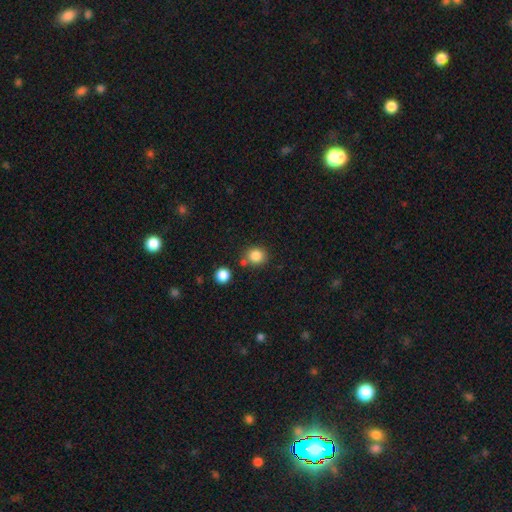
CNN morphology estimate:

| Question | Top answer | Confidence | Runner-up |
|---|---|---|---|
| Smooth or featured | smooth | 84% | star or artifact (11%) |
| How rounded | round | 85% | in between (14%) |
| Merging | none | 72% | merger (15%) |